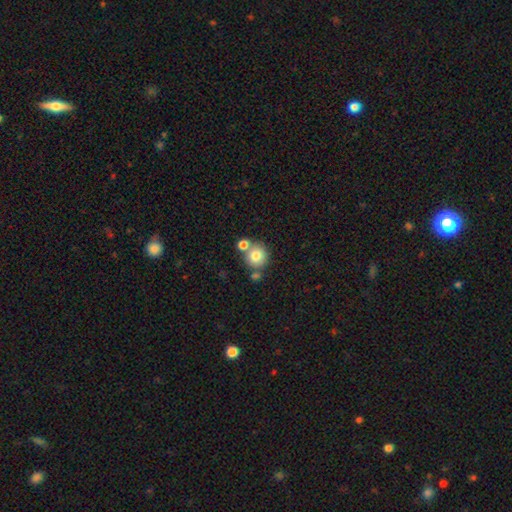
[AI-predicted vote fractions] Smooth or featured? smooth (79%)
How rounded? round (90%)
Merging? none (59%)